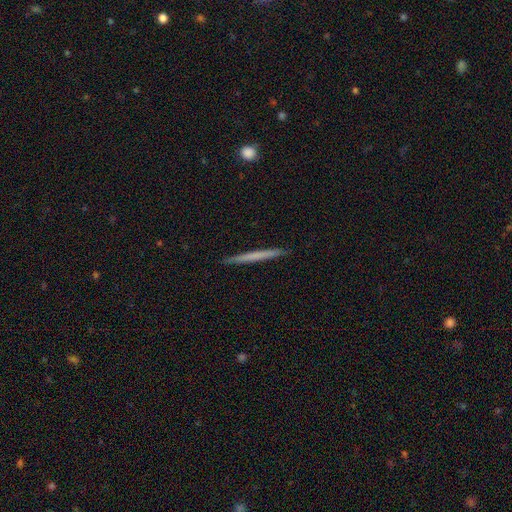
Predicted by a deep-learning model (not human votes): Smooth or featured? Predicted: smooth (p=0.55). How rounded? Predicted: cigar-shaped (p=0.97). Merging? Predicted: none (p=0.92).